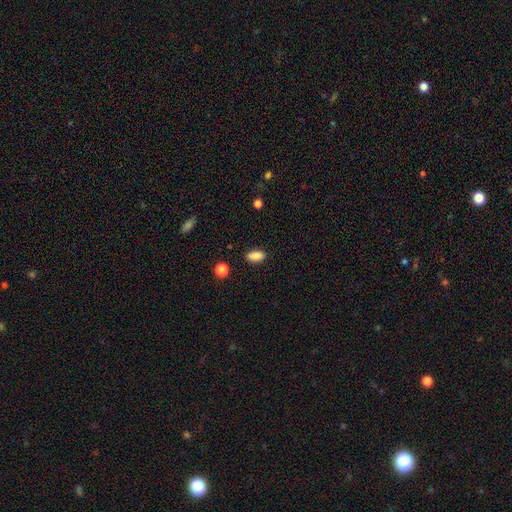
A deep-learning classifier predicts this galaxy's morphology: smooth_or_featured: smooth (p=0.88) [alt: star or artifact p=0.08]
how_rounded: in between (p=0.89) [alt: cigar-shaped p=0.06]
merging: none (p=0.88) [alt: minor disturbance p=0.09]